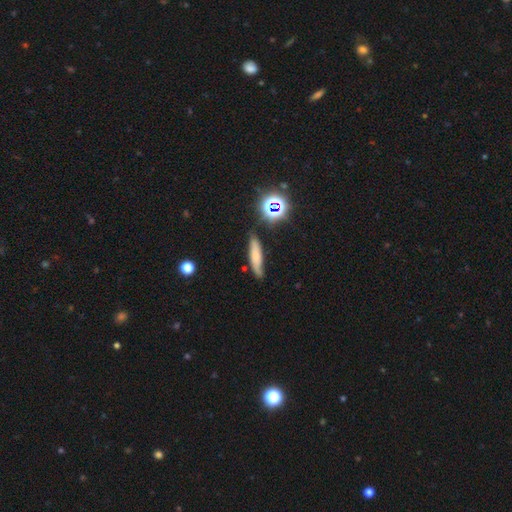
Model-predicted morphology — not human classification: The model was most divided on "smooth or featured": smooth: 64%, featured or disk: 23%, star or artifact: 13%. More confident: how rounded — cigar-shaped (74%); merging — none (72%).